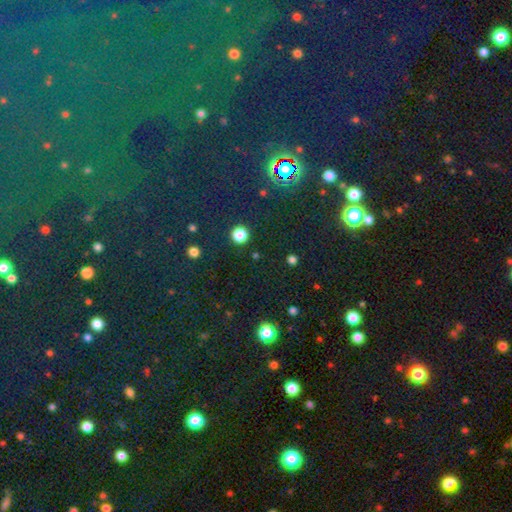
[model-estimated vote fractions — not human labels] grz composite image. It shows a star or artifact, not a galaxy (55%).